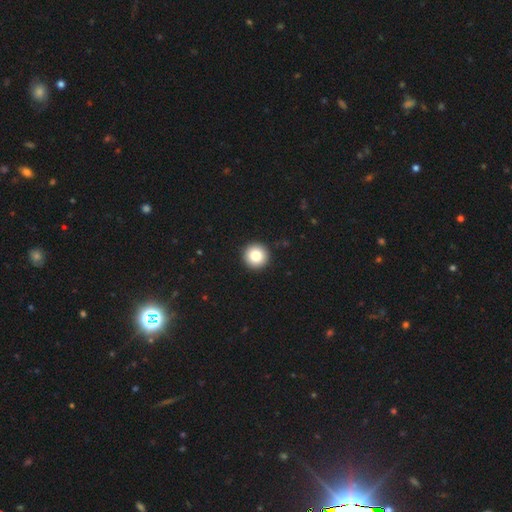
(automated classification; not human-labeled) smooth-or-featured: smooth: 83% | star or artifact: 9% | featured or disk: 7%
  how-rounded: round: 96% | in between: 3% | cigar-shaped: 1%
  merging: none: 93% | minor disturbance: 4% | major disturbance: 1% | merger: 1%